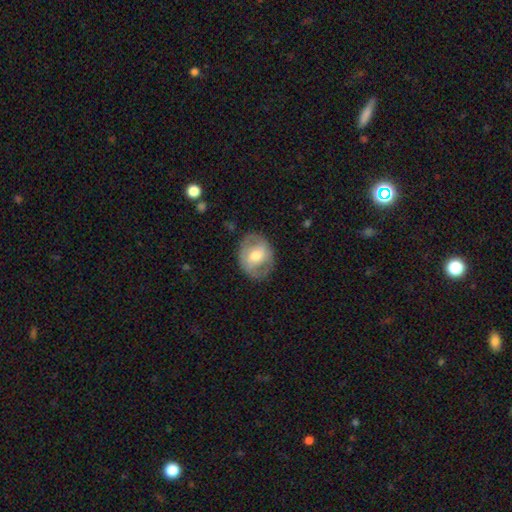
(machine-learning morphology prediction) type=featured or disk (47%, tied with smooth); merging=none (77%).